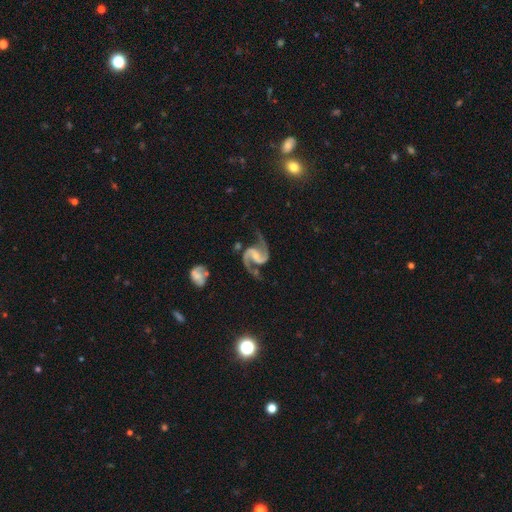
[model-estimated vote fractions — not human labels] smooth-or-featured: featured or disk: 94% | star or artifact: 4% | smooth: 2%
  disk-edge-on: no: 98% | yes: 2%
    bar: weak: 45% | no: 31% | strong: 25%
    has-spiral-arms: yes: 99% | no: 1%
      spiral-winding: medium: 59% | loose: 30% | tight: 11%
      spiral-arm-count: 2: 95% | can't tell: 1% | 1: 1% | 3: 1% | 4: 1% | more than 4: 1%
    bulge-size: small: 57% | moderate: 28% | none: 11% | large: 2% | dominant: 1%
  merging: none: 73% | minor disturbance: 16% | major disturbance: 8% | merger: 3%